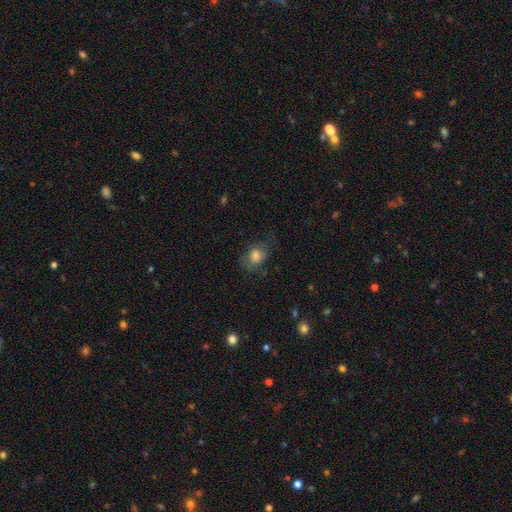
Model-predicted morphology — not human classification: Smooth or featured?
  - smooth: 69% *
  - featured or disk: 20%
  - star or artifact: 11%
How rounded?
  - in between: 57% *
  - round: 41%
  - cigar-shaped: 1%
Merging?
  - none: 61% *
  - minor disturbance: 22%
  - major disturbance: 15%
  - merger: 1%